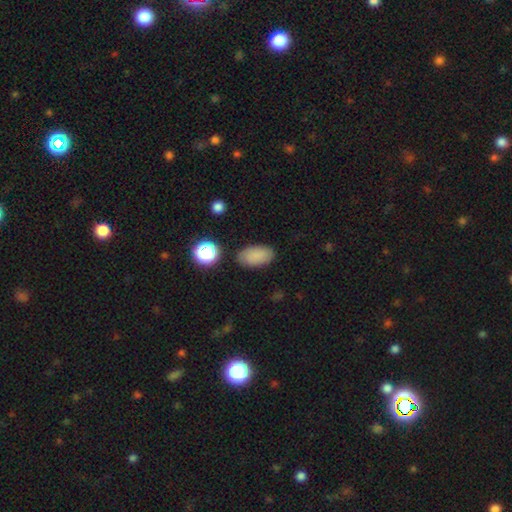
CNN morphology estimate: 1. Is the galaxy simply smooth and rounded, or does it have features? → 85% smooth, 9% star or artifact, 6% featured or disk.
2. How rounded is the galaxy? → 92% in between, 5% round, 3% cigar-shaped.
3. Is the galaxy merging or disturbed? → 85% none, 10% minor disturbance, 3% major disturbance, 3% merger.